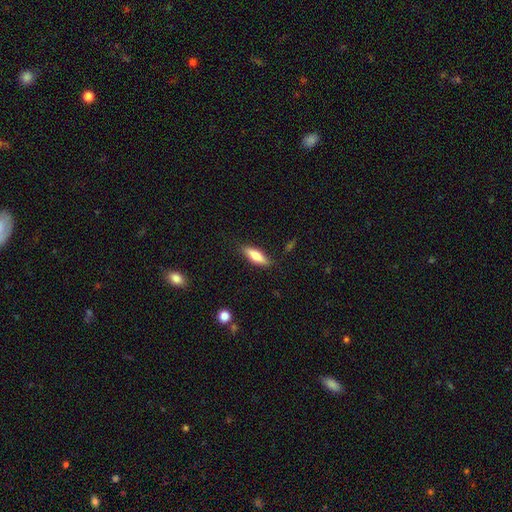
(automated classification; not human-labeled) A smooth galaxy with no disk features (70%) that is in between round and cigar-shaped (51%).

Vote fractions:
- Smooth or featured? smooth: 70% / featured or disk: 24% / star or artifact: 6%
- How rounded? in between: 51% / cigar-shaped: 47% / round: 2%
- Merging? none: 83% / minor disturbance: 13% / major disturbance: 3% / merger: 2%